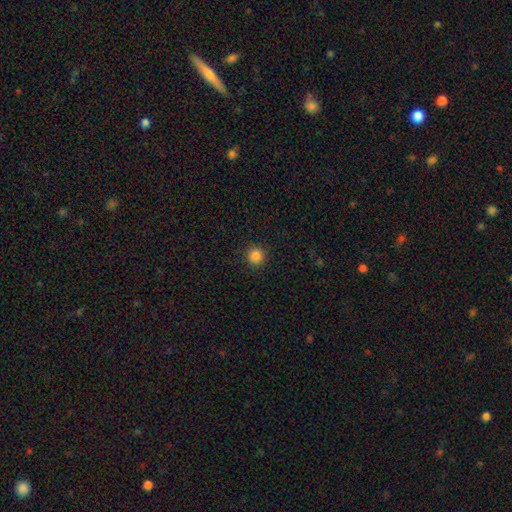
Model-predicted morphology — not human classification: A smooth galaxy with no disk features (85%) that is round (94%).

Vote fractions:
- Smooth or featured? smooth: 85% / star or artifact: 11% / featured or disk: 3%
- How rounded? round: 94% / in between: 5% / cigar-shaped: 1%
- Merging? none: 92% / minor disturbance: 5% / major disturbance: 2% / merger: 1%